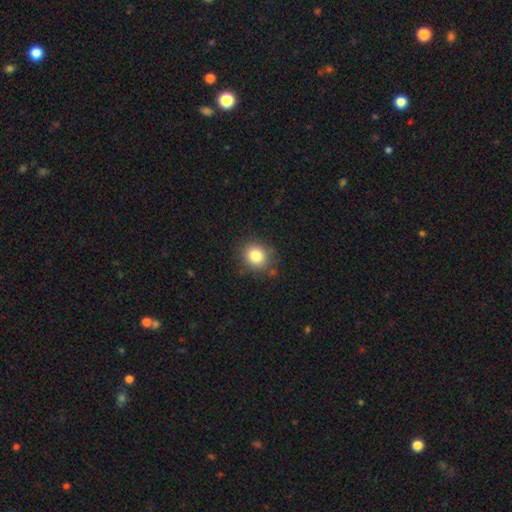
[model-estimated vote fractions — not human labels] Smooth or featured: smooth — 83% (star or artifact — 10%)
How rounded: round — 76% (in between — 24%)
Merging: none — 84% (minor disturbance — 11%)